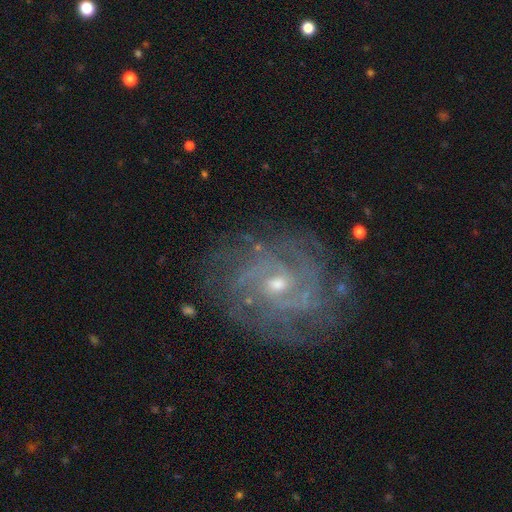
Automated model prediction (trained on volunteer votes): A featured or disk galaxy (83%) with no bar (46%), tight (68%) spiral arms (96%) and a small central bulge (62%). Merging: none (81%).